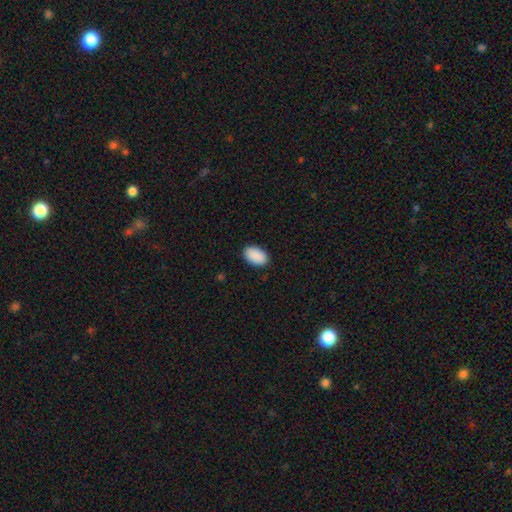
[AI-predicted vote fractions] Smooth or featured: smooth — 91% (star or artifact — 6%)
How rounded: in between — 94% (round — 5%)
Merging: none — 89% (minor disturbance — 8%)